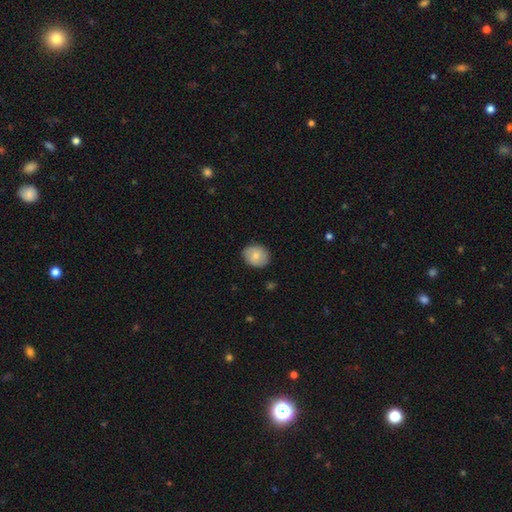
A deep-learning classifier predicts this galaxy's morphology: A smooth galaxy with no disk features (77%) that is round (59%). Merging: none (85%).